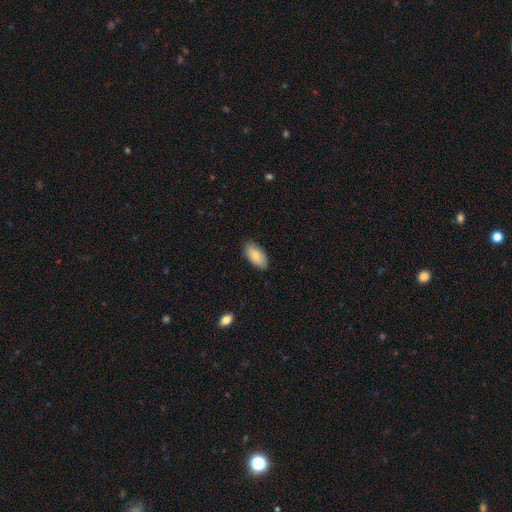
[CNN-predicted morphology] Overall: smooth (85%). How rounded: in between (94%). Merging: none (85%).